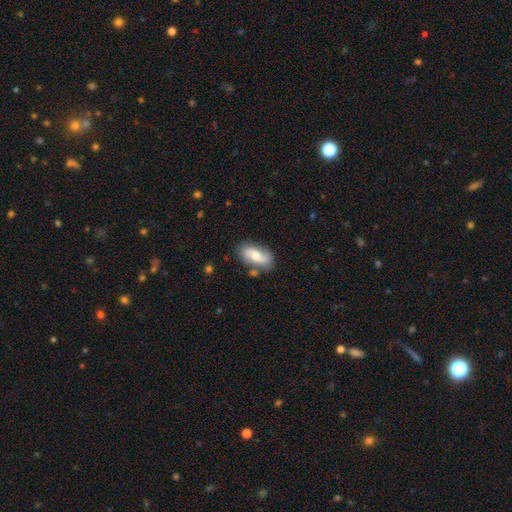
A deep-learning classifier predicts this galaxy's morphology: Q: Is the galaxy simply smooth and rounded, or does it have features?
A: featured or disk — 51%.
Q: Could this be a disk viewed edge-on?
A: no — 93%.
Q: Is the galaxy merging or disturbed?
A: none — 72%.